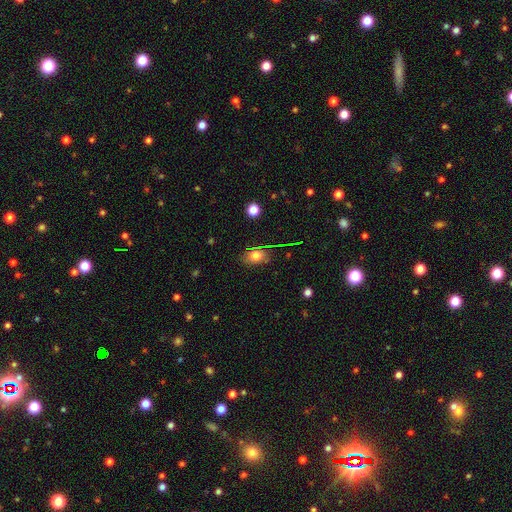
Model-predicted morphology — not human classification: type=smooth (68%); roundness=in between (67%); merging=none (78%).